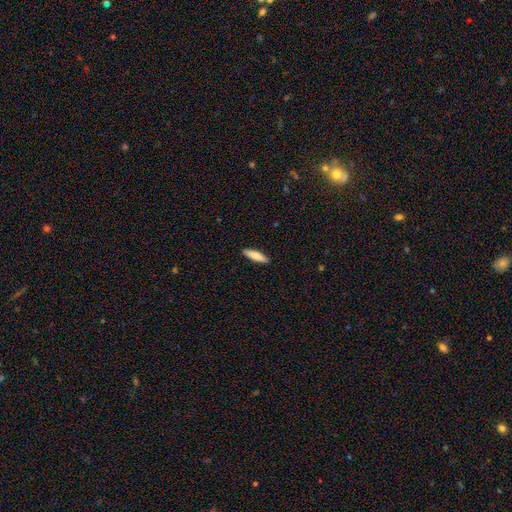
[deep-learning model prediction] Q: Smooth or featured?
A: smooth (79%); runner-up: featured or disk (16%)
Q: How rounded?
A: cigar-shaped (70%); runner-up: in between (29%)
Q: Merging?
A: none (90%); runner-up: minor disturbance (7%)